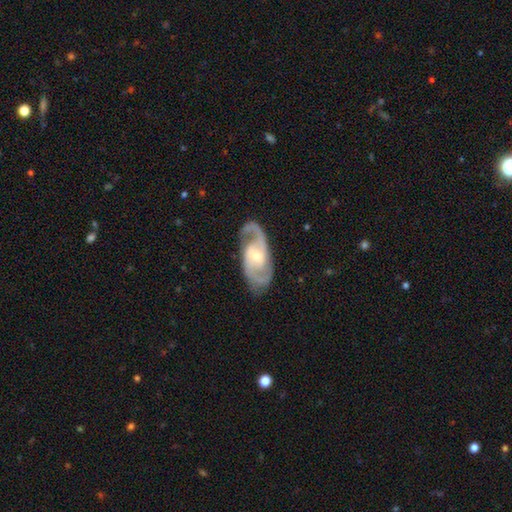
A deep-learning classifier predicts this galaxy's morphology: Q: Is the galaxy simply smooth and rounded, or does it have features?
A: featured or disk — 89%.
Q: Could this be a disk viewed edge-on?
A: no — 95%.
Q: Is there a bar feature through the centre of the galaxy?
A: weak — 54%.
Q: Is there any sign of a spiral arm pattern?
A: yes — 97%.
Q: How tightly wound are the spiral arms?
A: medium — 57%.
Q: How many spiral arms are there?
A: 2 — 90%.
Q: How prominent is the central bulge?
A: moderate — 47%.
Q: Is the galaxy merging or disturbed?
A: none — 80%.